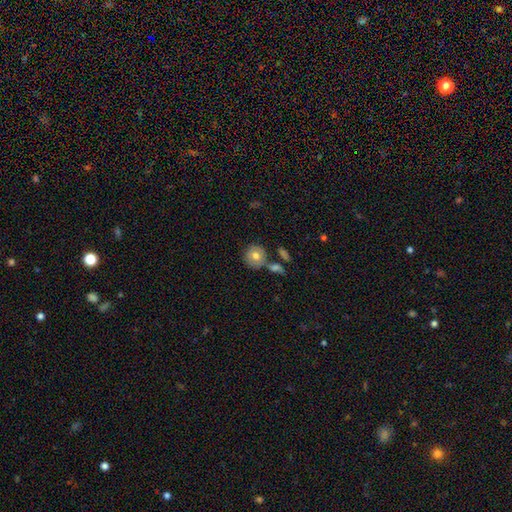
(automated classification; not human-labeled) This is likely a smooth galaxy (71%). How rounded: clearly round (88%). Merging: likely none (66%).